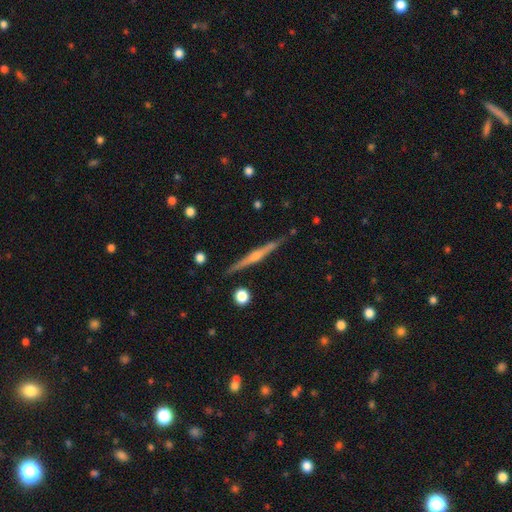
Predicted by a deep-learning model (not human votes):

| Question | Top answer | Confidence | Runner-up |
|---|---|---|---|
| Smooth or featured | featured or disk | 76% | smooth (18%) |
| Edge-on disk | yes | 98% | no (2%) |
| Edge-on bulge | rounded | 77% | none (15%) |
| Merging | none | 89% | minor disturbance (8%) |